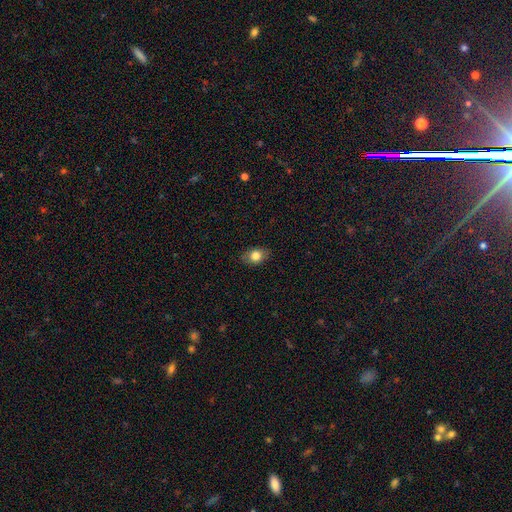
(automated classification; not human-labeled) Q: Smooth or featured?
A: smooth (81%); runner-up: featured or disk (11%)
Q: How rounded?
A: in between (69%); runner-up: round (30%)
Q: Merging?
A: none (83%); runner-up: minor disturbance (13%)